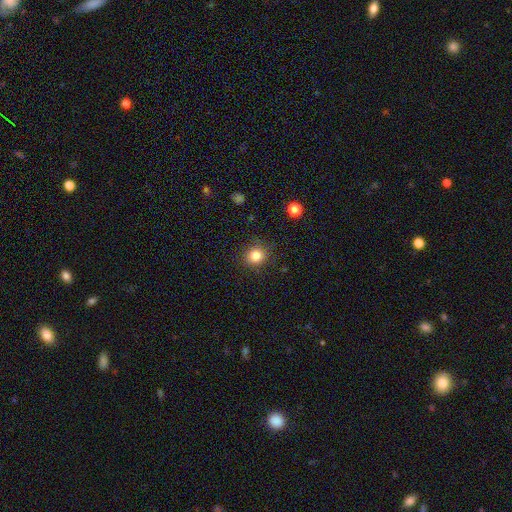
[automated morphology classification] A smooth galaxy with no disk features (83%) that is round (85%).

Vote fractions:
- Smooth or featured? smooth: 83% / star or artifact: 11% / featured or disk: 5%
- How rounded? round: 85% / in between: 14% / cigar-shaped: 1%
- Merging? none: 87% / minor disturbance: 9% / major disturbance: 3% / merger: 1%